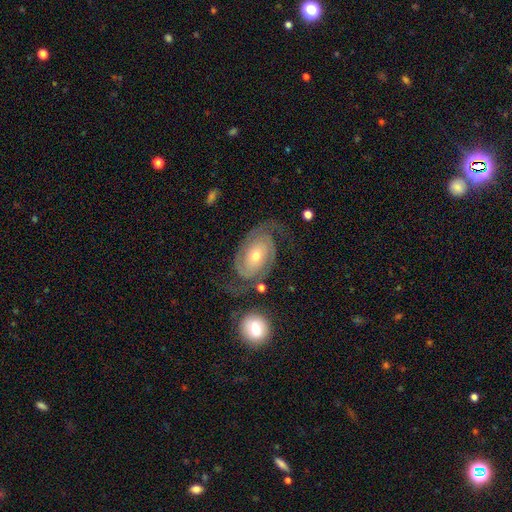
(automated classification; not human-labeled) Smooth or featured?
  - featured or disk: 90% *
  - smooth: 5%
  - star or artifact: 5%
Edge-on disk?
  - no: 97% *
  - yes: 3%
Bar?
  - no: 69% *
  - weak: 23%
  - strong: 8%
Spiral arms?
  - yes: 98% *
  - no: 2%
Spiral winding?
  - tight: 51% *
  - medium: 39%
  - loose: 10%
Spiral arm count?
  - 2: 90% *
  - can't tell: 3%
  - 3: 3%
  - 1: 1%
  - 4: 1%
  - more than 4: 1%
Bulge size?
  - moderate: 54% *
  - small: 40%
  - large: 3%
  - dominant: 1%
  - none: 1%
Merging?
  - none: 72% *
  - minor disturbance: 14%
  - major disturbance: 9%
  - merger: 4%